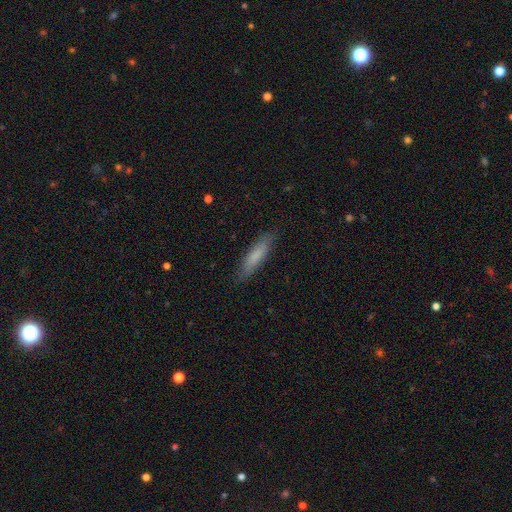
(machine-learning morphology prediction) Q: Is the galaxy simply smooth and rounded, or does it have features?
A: smooth — 76%.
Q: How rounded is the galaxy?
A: cigar-shaped — 82%.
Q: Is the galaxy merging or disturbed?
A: none — 86%.